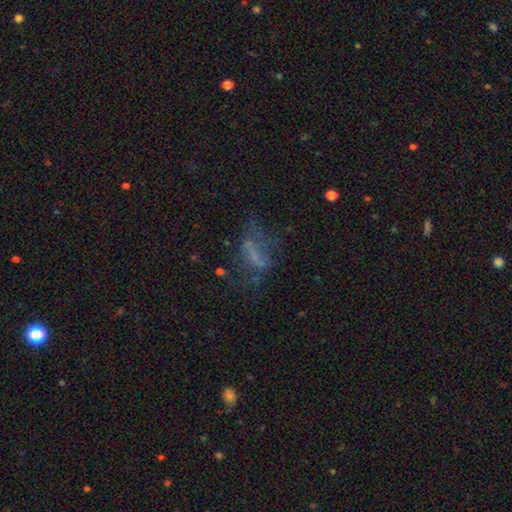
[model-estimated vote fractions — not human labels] featured or disk 43%, smooth 37%, star or artifact 20%. Down the decision tree: merging — major disturbance (38%).